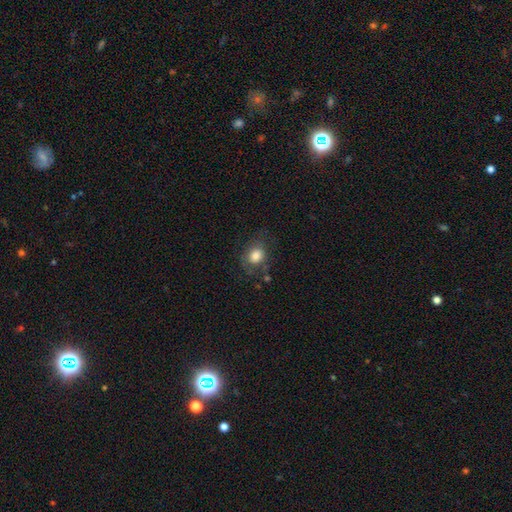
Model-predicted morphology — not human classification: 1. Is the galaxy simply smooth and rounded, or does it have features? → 79% smooth, 12% featured or disk, 9% star or artifact.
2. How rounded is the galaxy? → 54% round, 45% in between, 1% cigar-shaped.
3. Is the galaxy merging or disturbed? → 62% none, 23% minor disturbance, 12% major disturbance, 3% merger.